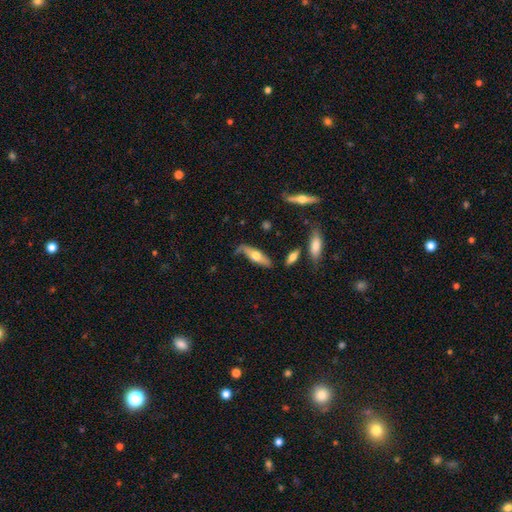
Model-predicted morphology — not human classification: Smooth or featured? Predicted: smooth (p=0.50). How rounded? Predicted: cigar-shaped (p=0.51). Merging? Predicted: none (p=0.55).